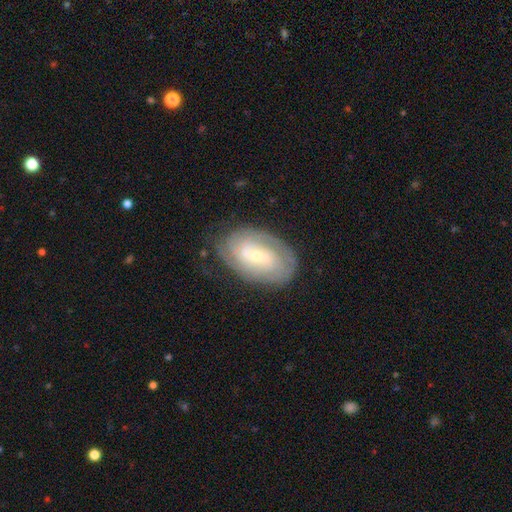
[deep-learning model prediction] featured or disk 73%, smooth 20%, star or artifact 6%. Down the decision tree: edge-on disk — no (95%); bar — weak (46%); spiral arms — yes (85%); spiral arm count — can't tell (46%); spiral winding — tight (66%); bulge size — small (65%); merging — none (73%).